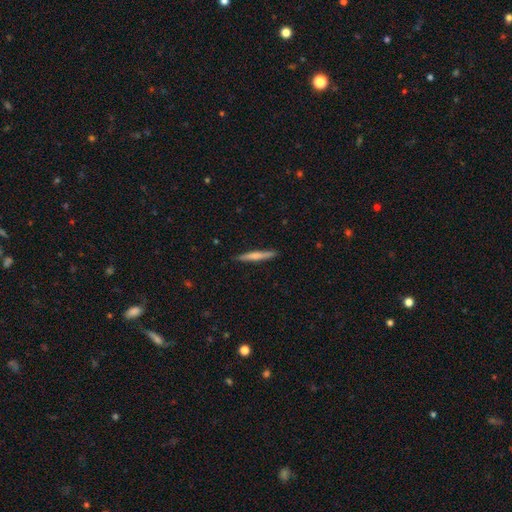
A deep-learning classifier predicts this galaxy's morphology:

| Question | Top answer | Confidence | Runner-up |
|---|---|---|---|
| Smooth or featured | smooth | 58% | featured or disk (37%) |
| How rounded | cigar-shaped | 95% | in between (4%) |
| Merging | none | 89% | minor disturbance (8%) |